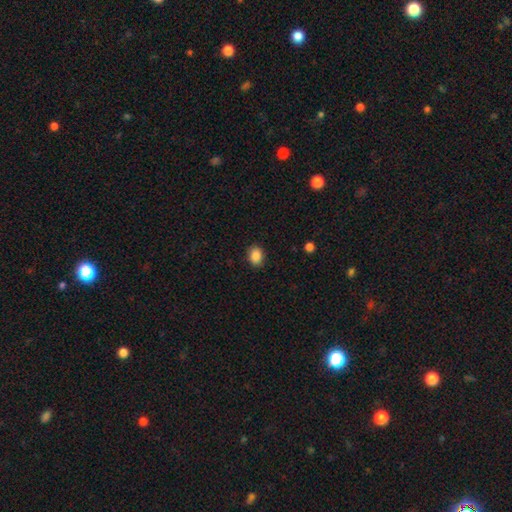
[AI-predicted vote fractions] This is clearly a smooth galaxy (88%). How rounded: likely in between (61%). Merging: clearly none (88%).